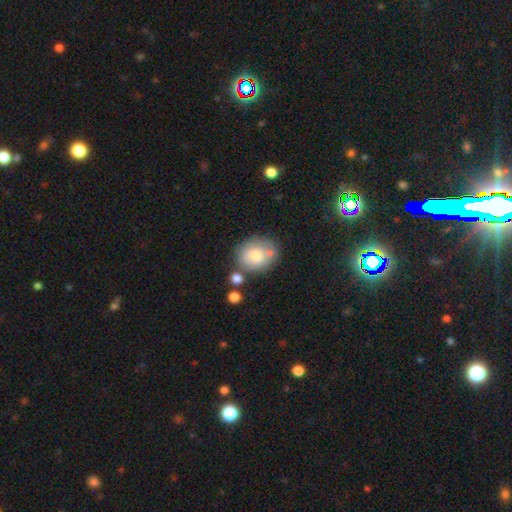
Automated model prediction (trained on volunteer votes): smooth-or-featured: smooth: 70% | featured or disk: 22% | star or artifact: 8%
  how-rounded: round: 62% | in between: 37% | cigar-shaped: 1%
  merging: none: 57% | minor disturbance: 20% | merger: 17% | major disturbance: 7%